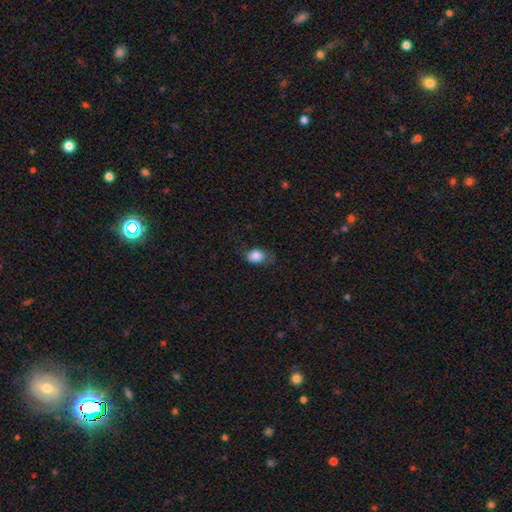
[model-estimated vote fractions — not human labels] A smooth galaxy with no disk features (85%) that is in between round and cigar-shaped (75%). Merging: none (52%).